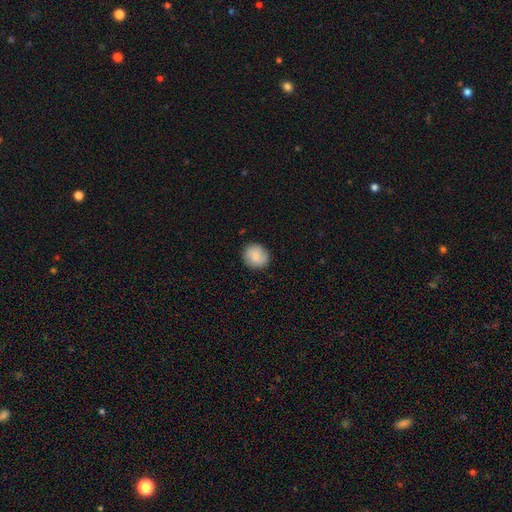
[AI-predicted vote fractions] smooth_or_featured: smooth (p=0.83) [alt: featured or disk p=0.10]
how_rounded: round (p=0.86) [alt: in between p=0.13]
merging: none (p=0.87) [alt: minor disturbance p=0.10]